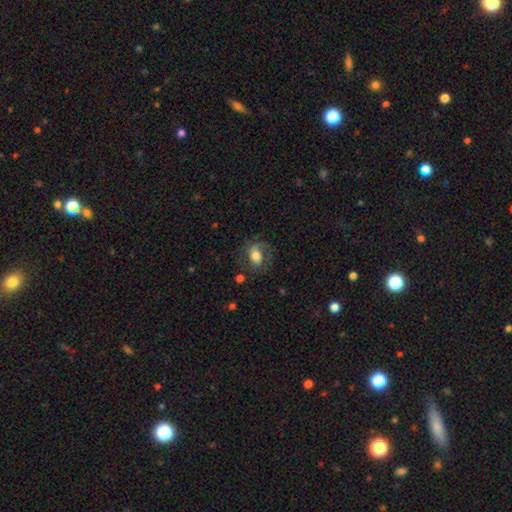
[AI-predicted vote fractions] Smooth or featured?
  - smooth: 53% *
  - featured or disk: 39%
  - star or artifact: 9%
How rounded?
  - in between: 70% *
  - round: 28%
  - cigar-shaped: 2%
Merging?
  - none: 56% *
  - minor disturbance: 21%
  - major disturbance: 20%
  - merger: 2%